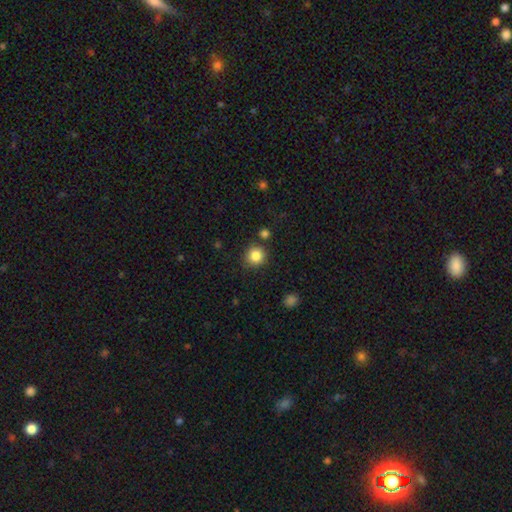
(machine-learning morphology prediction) This is clearly a smooth galaxy (85%). How rounded: clearly round (91%). Merging: clearly none (83%).